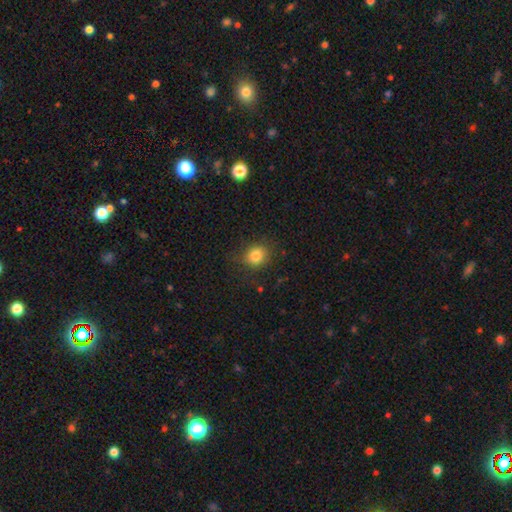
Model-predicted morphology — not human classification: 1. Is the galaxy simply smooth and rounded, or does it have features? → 82% smooth, 12% star or artifact, 6% featured or disk.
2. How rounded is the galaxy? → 73% round, 26% in between, 1% cigar-shaped.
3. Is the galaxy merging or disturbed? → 79% none, 14% minor disturbance, 5% major disturbance, 1% merger.